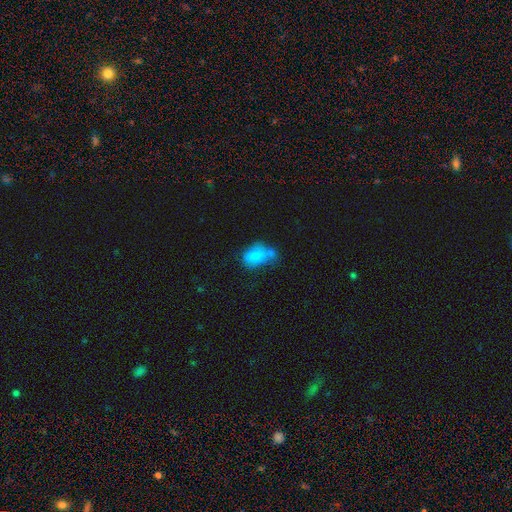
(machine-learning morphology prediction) smooth 79%, featured or disk 13%, star or artifact 9%. Down the decision tree: how rounded — in between (77%); merging — merger (38%).